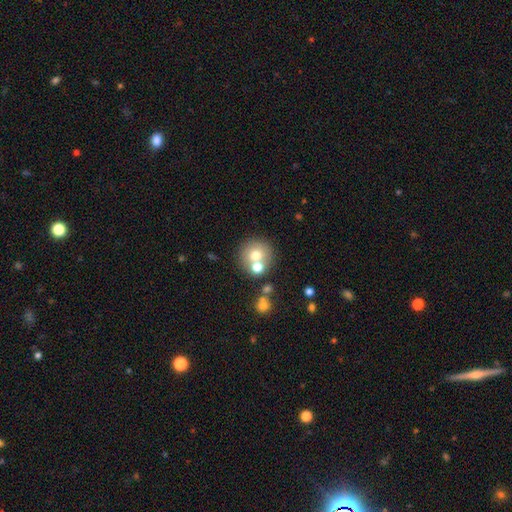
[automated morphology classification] Smooth or featured? Predicted: smooth (p=0.68). How rounded? Predicted: round (p=0.91). Merging? Predicted: none (p=0.58).